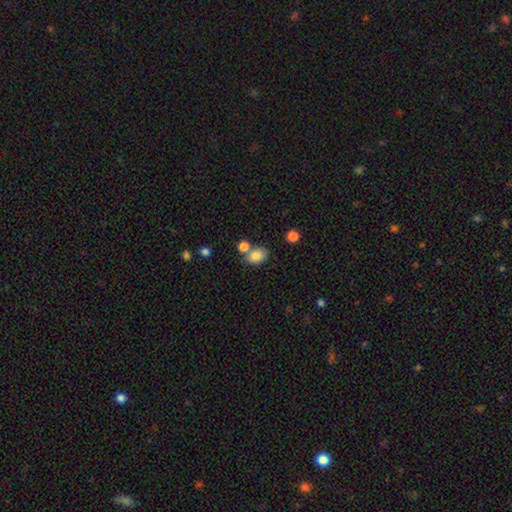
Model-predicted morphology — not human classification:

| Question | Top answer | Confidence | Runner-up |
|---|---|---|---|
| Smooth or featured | smooth | 84% | star or artifact (9%) |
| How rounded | in between | 72% | round (27%) |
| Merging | none | 58% | merger (25%) |